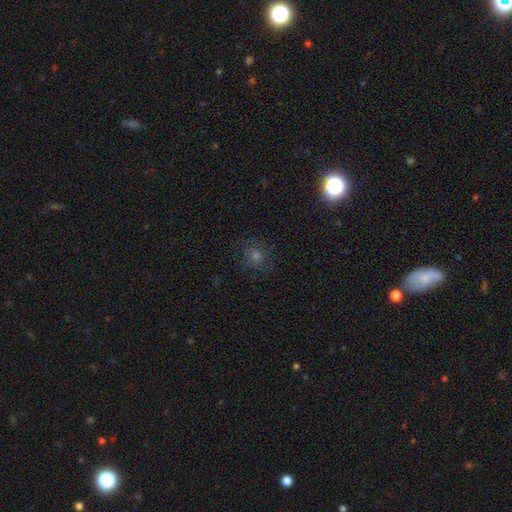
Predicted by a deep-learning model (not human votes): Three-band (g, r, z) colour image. It shows a smooth galaxy with no disk features (43%). Merging: none (82%).